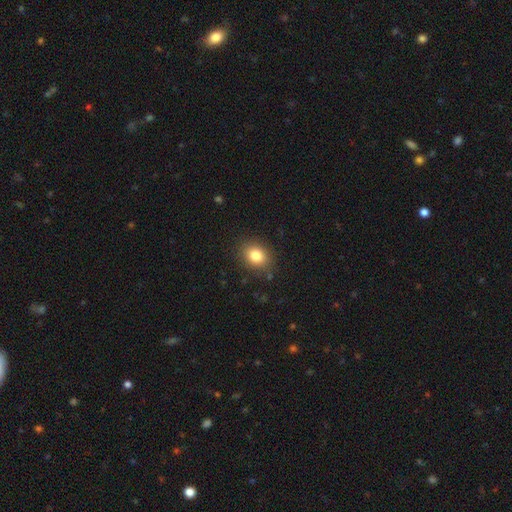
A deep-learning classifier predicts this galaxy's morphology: This is clearly a smooth galaxy (82%). How rounded: possibly in between (50%). Merging: clearly none (87%).